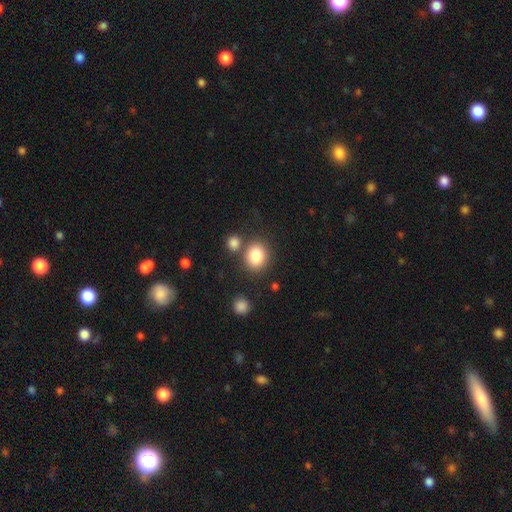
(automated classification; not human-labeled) A smooth galaxy with no disk features (83%) that is round (68%). Merging: none (71%).